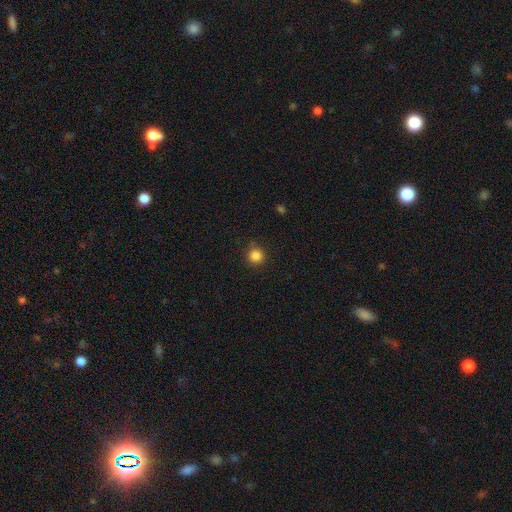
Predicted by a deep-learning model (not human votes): Smooth or featured: smooth — 85% (star or artifact — 12%)
How rounded: round — 95% (in between — 5%)
Merging: none — 88% (minor disturbance — 9%)